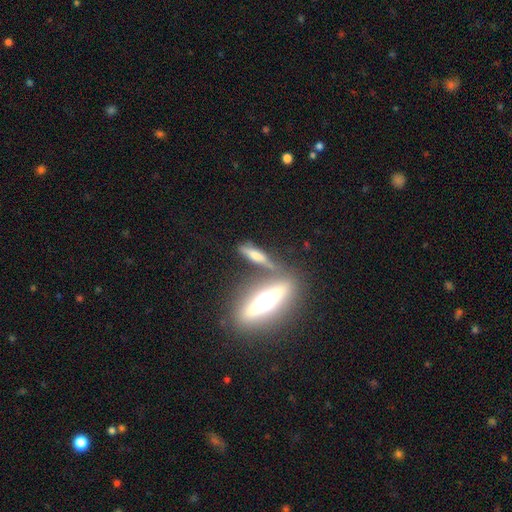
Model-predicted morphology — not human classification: A featured or disk galaxy (58%) viewed edge-on (92%) with a rounded central bulge (88%). Merging: none (63%).